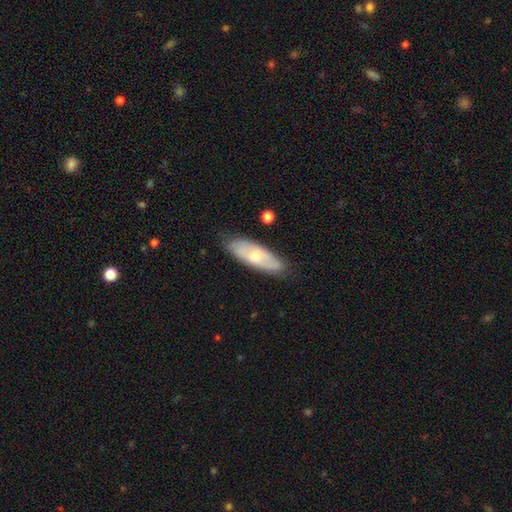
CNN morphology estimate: smooth 57%, featured or disk 37%, star or artifact 6%. Down the decision tree: how rounded — in between (63%); merging — none (78%).